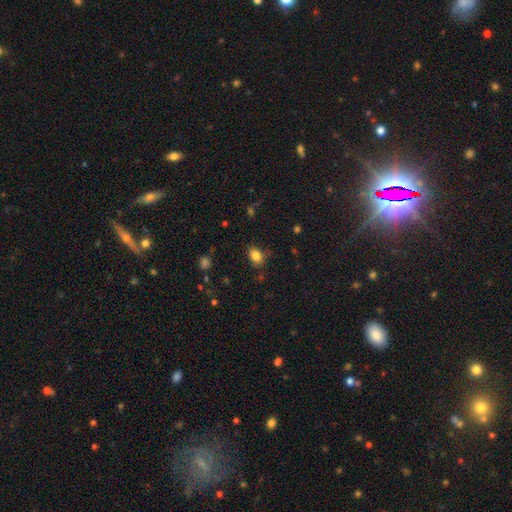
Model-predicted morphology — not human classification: Smooth or featured? Predicted: smooth (p=0.84). How rounded? Predicted: in between (p=0.78). Merging? Predicted: none (p=0.78).